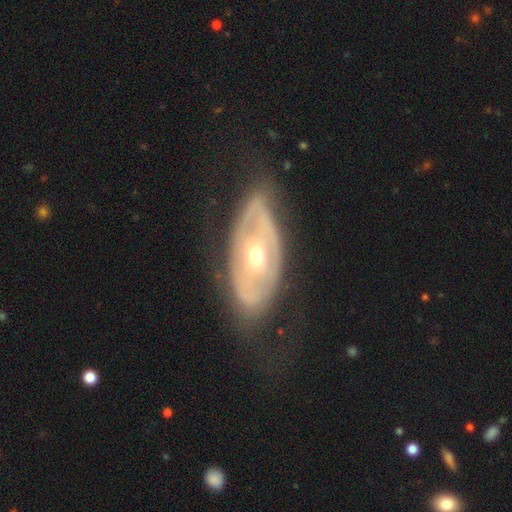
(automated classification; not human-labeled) Morphology: type=featured or disk (72%); edge-on=no (88%); bar=no (64%); spiral arms=no (56%); bulge=moderate (60%); merging=none (61%).